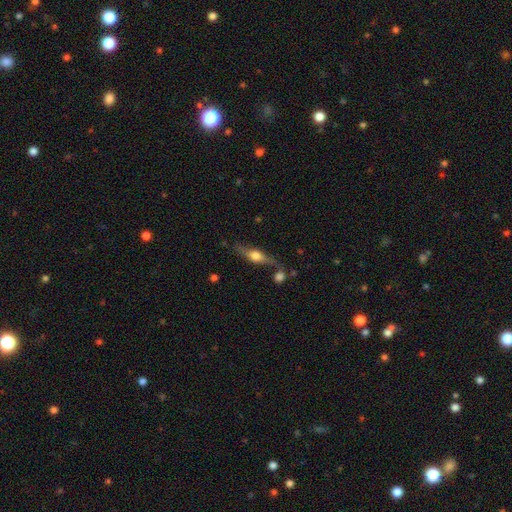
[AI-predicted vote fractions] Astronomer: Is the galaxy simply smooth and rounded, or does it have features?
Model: featured or disk — 61%.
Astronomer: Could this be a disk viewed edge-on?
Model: yes — 87%.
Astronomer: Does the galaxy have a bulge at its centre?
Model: rounded — 92%.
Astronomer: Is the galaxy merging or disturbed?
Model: none — 65%.